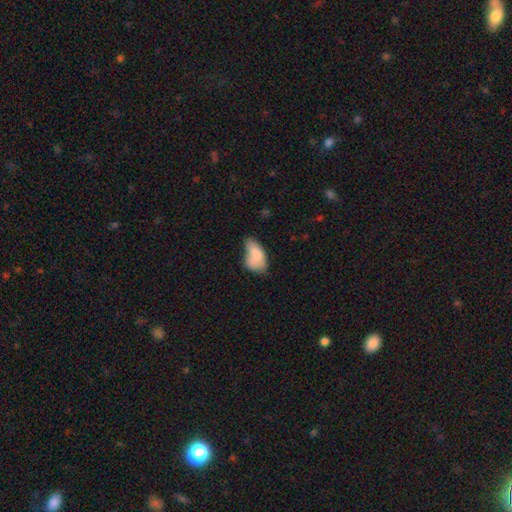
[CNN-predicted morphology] Overall: smooth (75%). How rounded: in between (91%). Merging: minor disturbance (38%; none 29%).